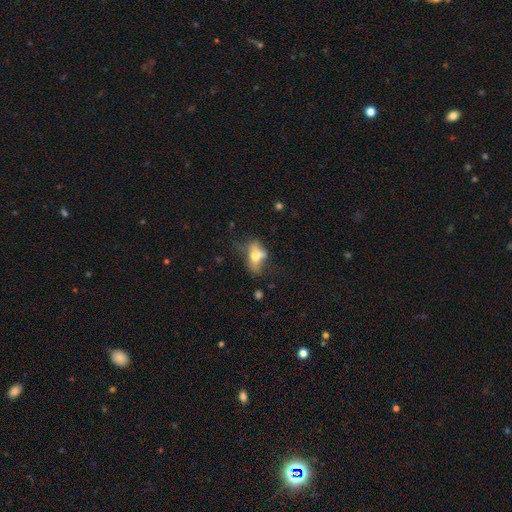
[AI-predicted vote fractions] smooth_or_featured: smooth (p=0.48) [alt: featured or disk p=0.40]
merging: major disturbance (p=0.35) [alt: none p=0.33]